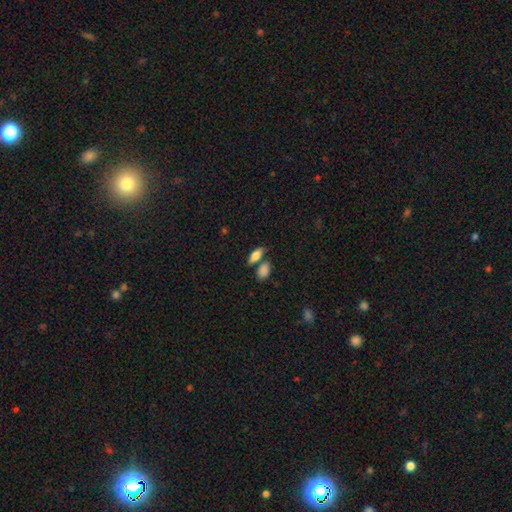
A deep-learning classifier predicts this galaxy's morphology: Q: Smooth or featured?
A: smooth (77%); runner-up: featured or disk (15%)
Q: How rounded?
A: in between (80%); runner-up: cigar-shaped (16%)
Q: Merging?
A: none (59%); runner-up: merger (22%)